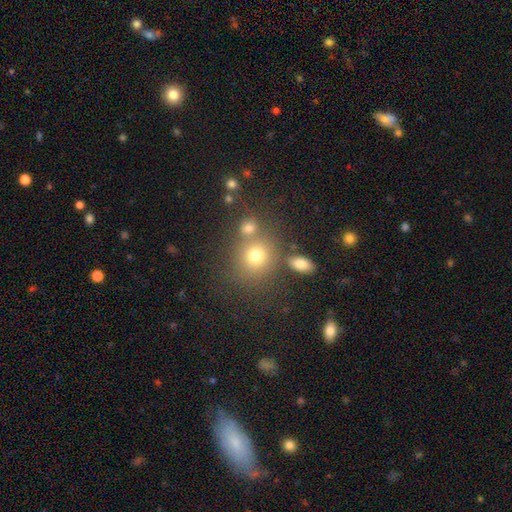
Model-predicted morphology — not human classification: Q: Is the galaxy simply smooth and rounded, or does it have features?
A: smooth — 73%.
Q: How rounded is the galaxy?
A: round — 80%.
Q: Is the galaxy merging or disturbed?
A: none — 64%.